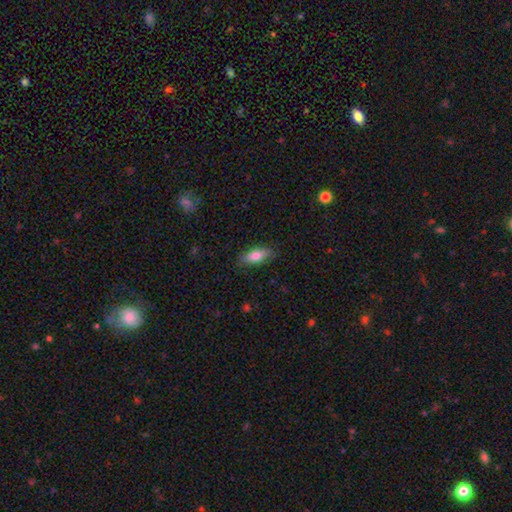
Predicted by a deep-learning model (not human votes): This appears to be a smooth galaxy with no disk features (77%) that is in between round and cigar-shaped (69%). Merging: none (83%).